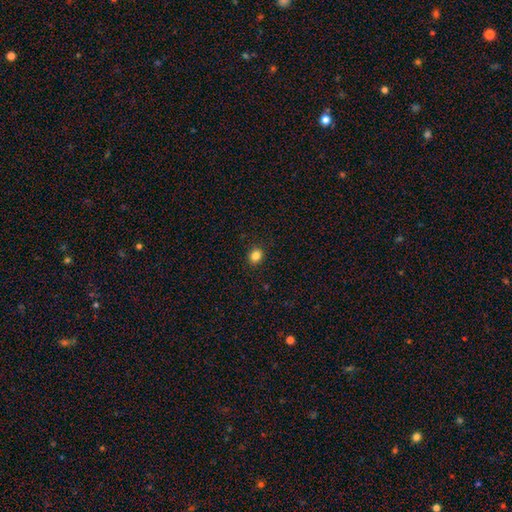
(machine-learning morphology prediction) This is clearly a smooth galaxy (84%). How rounded: likely round (68%). Merging: clearly none (90%).